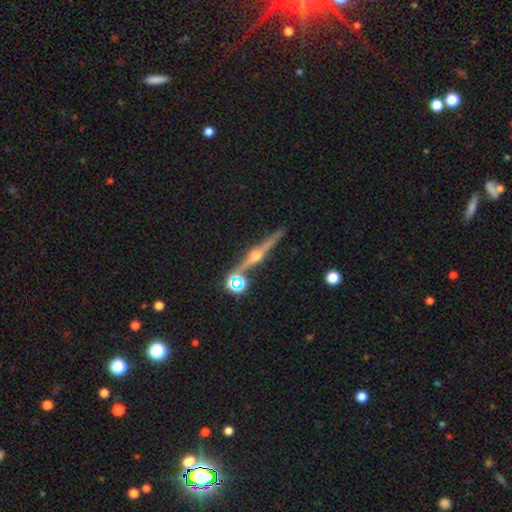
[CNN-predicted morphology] smooth-or-featured: featured or disk: 86% | smooth: 8% | star or artifact: 7%
  disk-edge-on: yes: 98% | no: 2%
    edge-on-bulge: rounded: 95% | boxy: 3% | none: 2%
  merging: none: 81% | merger: 9% | minor disturbance: 8% | major disturbance: 2%